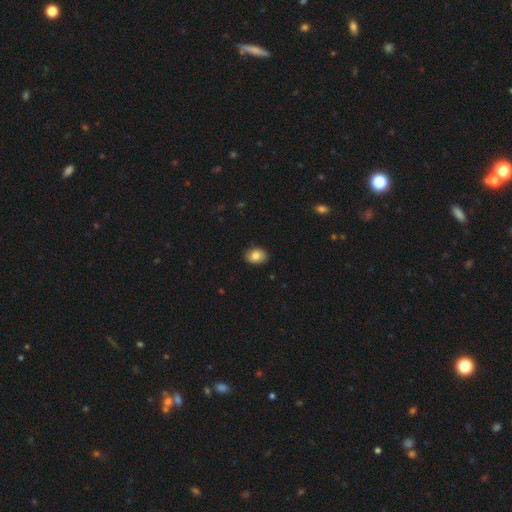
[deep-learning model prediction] This appears to be a smooth galaxy with no disk features (85%) that is in between round and cigar-shaped (69%). Merging: none (86%).